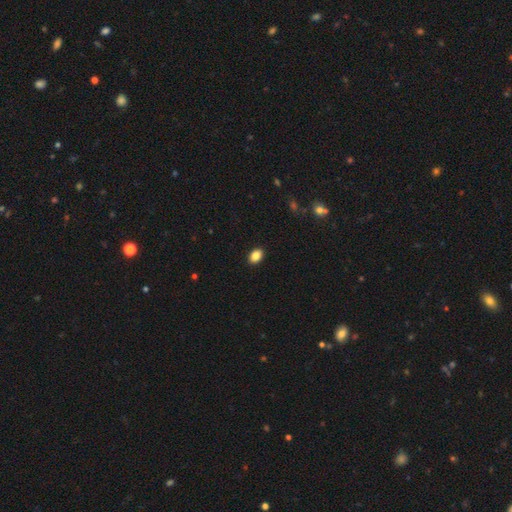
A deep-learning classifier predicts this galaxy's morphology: Smooth or featured: smooth — 87% (star or artifact — 9%)
How rounded: in between — 81% (round — 18%)
Merging: none — 91% (minor disturbance — 7%)